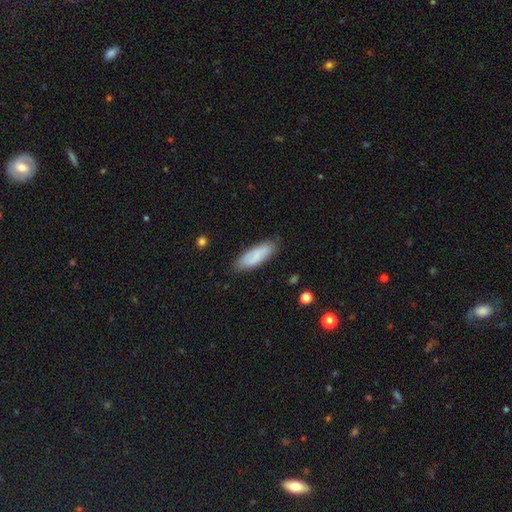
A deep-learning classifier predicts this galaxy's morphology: smooth_or_featured: smooth (p=0.79) [alt: featured or disk p=0.15]
how_rounded: in between (p=0.62) [alt: cigar-shaped p=0.36]
merging: none (p=0.83) [alt: minor disturbance p=0.13]